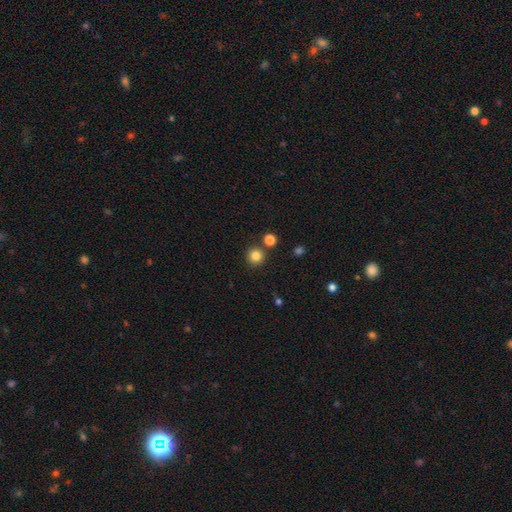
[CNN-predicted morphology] smooth 83%, star or artifact 12%, featured or disk 5%. Down the decision tree: how rounded — round (94%); merging — none (84%).